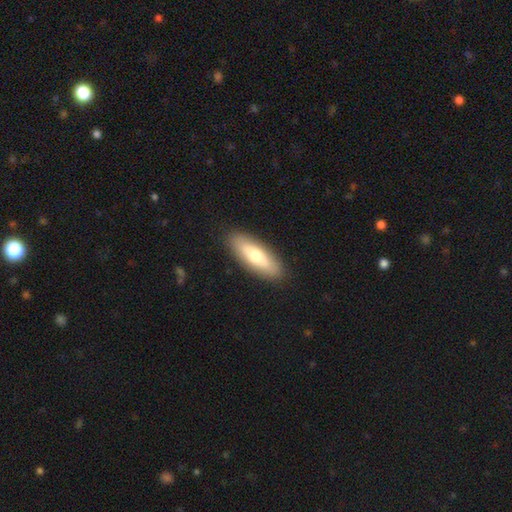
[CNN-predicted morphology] Smooth or featured: smooth — 65% (featured or disk — 30%)
How rounded: in between — 57% (cigar-shaped — 41%)
Merging: none — 89% (minor disturbance — 8%)